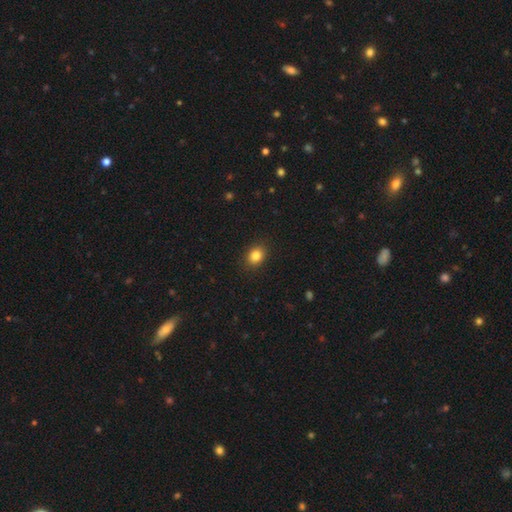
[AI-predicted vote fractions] Q: Smooth or featured?
A: smooth (84%); runner-up: star or artifact (11%)
Q: How rounded?
A: round (51%); runner-up: in between (48%)
Q: Merging?
A: none (89%); runner-up: minor disturbance (8%)